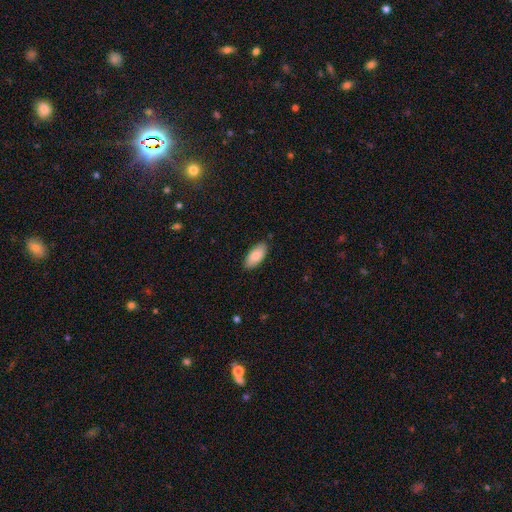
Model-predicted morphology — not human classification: The model was most divided on "merging": none: 87%, minor disturbance: 11%, major disturbance: 2%, merger: 1%. More confident: how rounded — in between (90%); smooth or featured — smooth (86%).